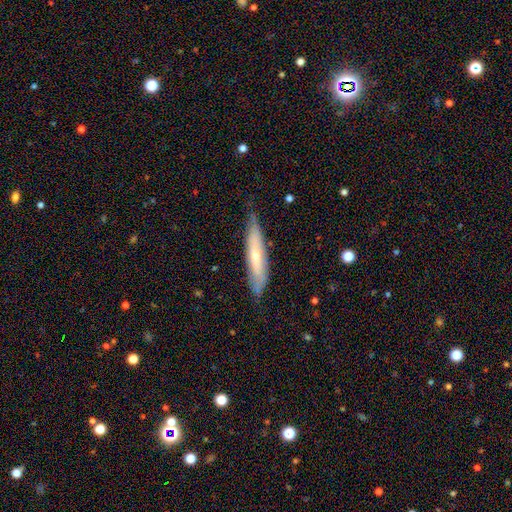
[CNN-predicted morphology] Q: Smooth or featured?
A: smooth (48%); runner-up: featured or disk (46%)
Q: Merging?
A: none (72%); runner-up: minor disturbance (22%)